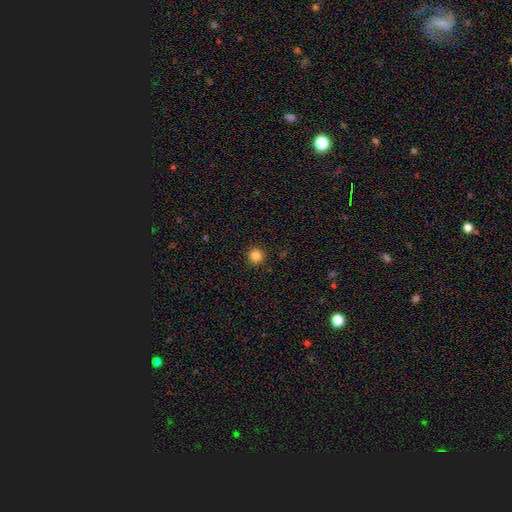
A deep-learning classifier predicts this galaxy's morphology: This is clearly a smooth galaxy (84%). How rounded: clearly round (95%). Merging: clearly none (92%).